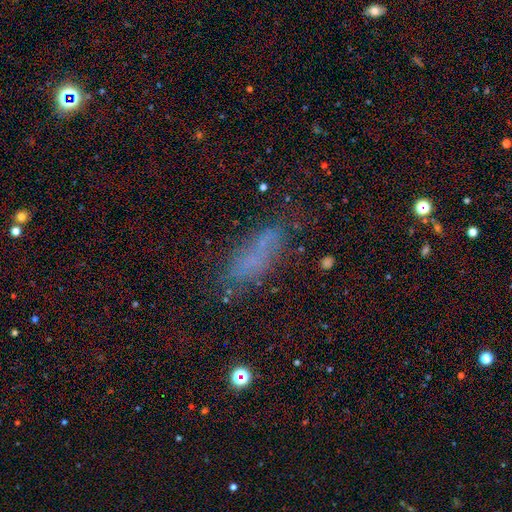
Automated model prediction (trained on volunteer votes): Q: Smooth or featured?
A: smooth (57%); runner-up: featured or disk (23%)
Q: How rounded?
A: in between (59%); runner-up: cigar-shaped (37%)
Q: Merging?
A: none (62%); runner-up: minor disturbance (21%)